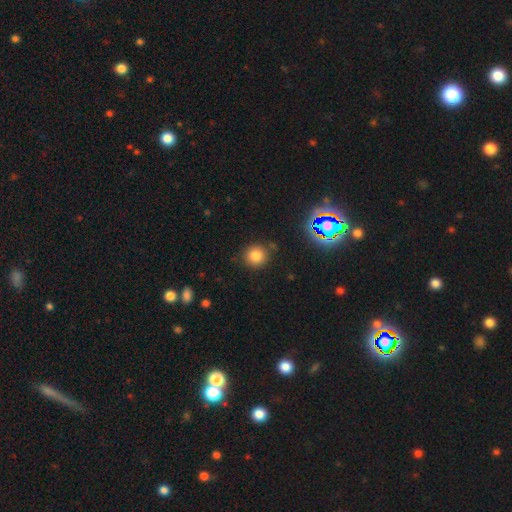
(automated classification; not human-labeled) smooth-or-featured: smooth: 79% | star or artifact: 15% | featured or disk: 6%
  how-rounded: round: 90% | in between: 9% | cigar-shaped: 1%
  merging: none: 83% | minor disturbance: 11% | major disturbance: 3% | merger: 3%